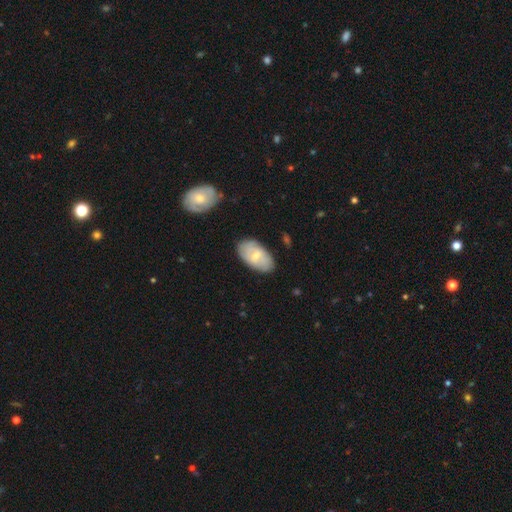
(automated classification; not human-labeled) Smooth or featured? smooth (52%)
How rounded? in between (94%)
Merging? none (81%)